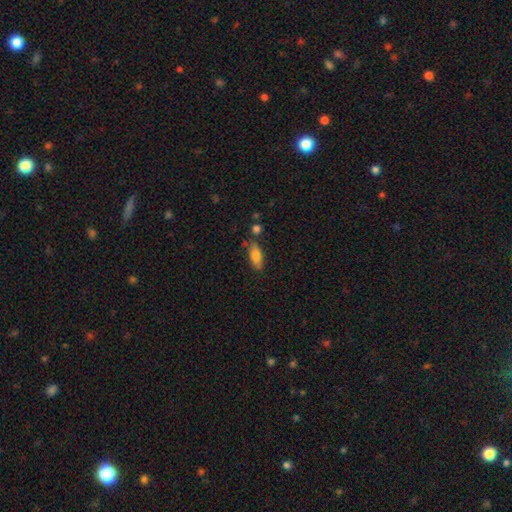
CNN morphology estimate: Smooth or featured? smooth (81%)
How rounded? in between (77%)
Merging? none (74%)